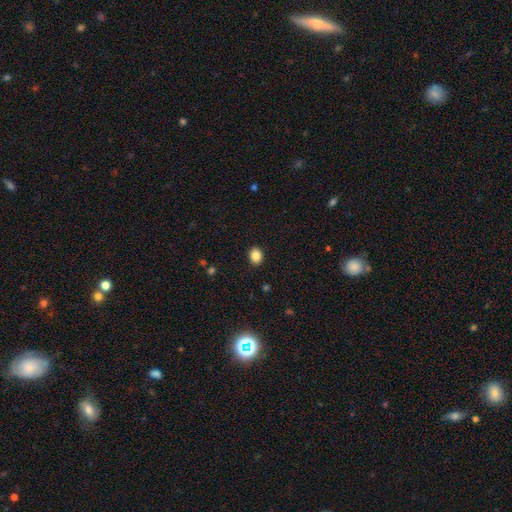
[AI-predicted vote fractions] Smooth or featured: smooth — 85% (star or artifact — 10%)
How rounded: round — 60% (in between — 39%)
Merging: none — 91% (minor disturbance — 6%)